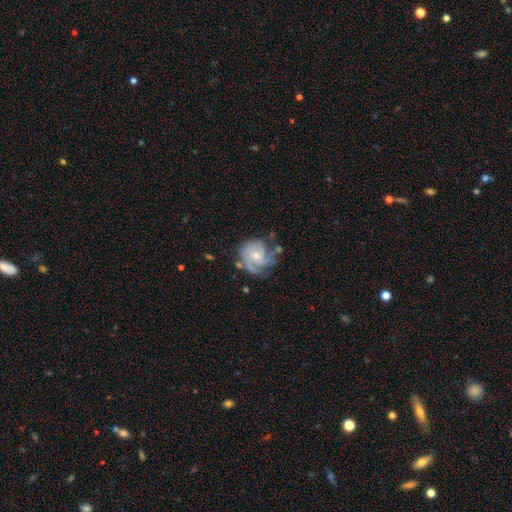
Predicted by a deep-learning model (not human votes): This is clearly a featured or disk galaxy (84%). It is clearly not viewed edge-on (98%). Bar: likely no (68%). Spiral arm pattern: clearly yes (96%). Spiral arm count: marginally 3 (36%). Spiral winding: possibly tight (58%). Central bulge: possibly small (55%). Merging: possibly none (57%).